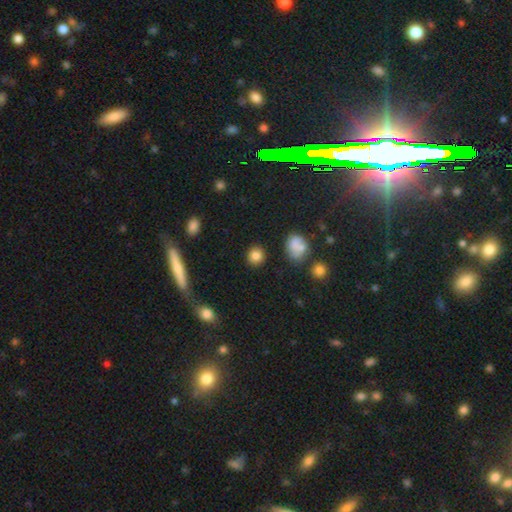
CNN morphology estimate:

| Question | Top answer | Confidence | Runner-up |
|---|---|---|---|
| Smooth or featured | smooth | 82% | star or artifact (11%) |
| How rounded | round | 85% | in between (14%) |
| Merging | none | 87% | minor disturbance (8%) |